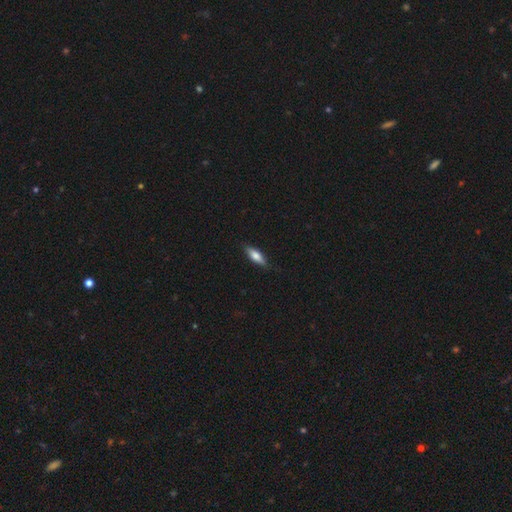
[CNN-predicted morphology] smooth-or-featured: smooth: 68% | featured or disk: 25% | star or artifact: 6%
  how-rounded: in between: 56% | cigar-shaped: 42% | round: 2%
  merging: none: 84% | minor disturbance: 13% | major disturbance: 2% | merger: 1%